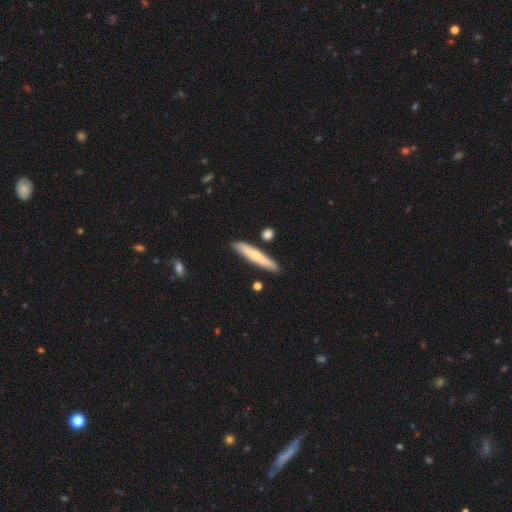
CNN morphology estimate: Smooth or featured?
  - smooth: 56% *
  - featured or disk: 38%
  - star or artifact: 5%
How rounded?
  - cigar-shaped: 92% *
  - in between: 7%
  - round: 2%
Merging?
  - none: 86% *
  - minor disturbance: 9%
  - merger: 4%
  - major disturbance: 2%